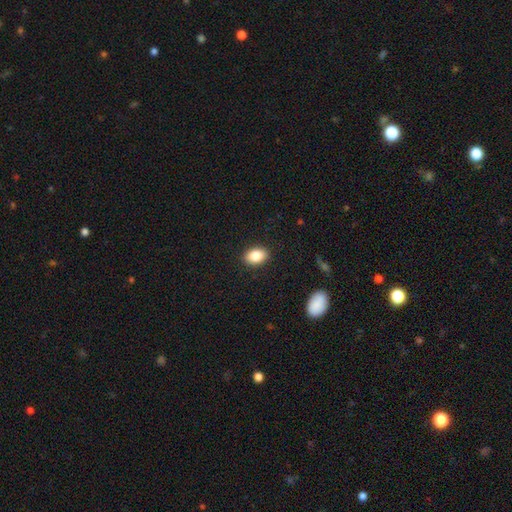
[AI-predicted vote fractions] smooth-or-featured: smooth: 86% | star or artifact: 8% | featured or disk: 6%
  how-rounded: in between: 85% | round: 14% | cigar-shaped: 1%
  merging: none: 90% | minor disturbance: 7% | major disturbance: 2% | merger: 1%